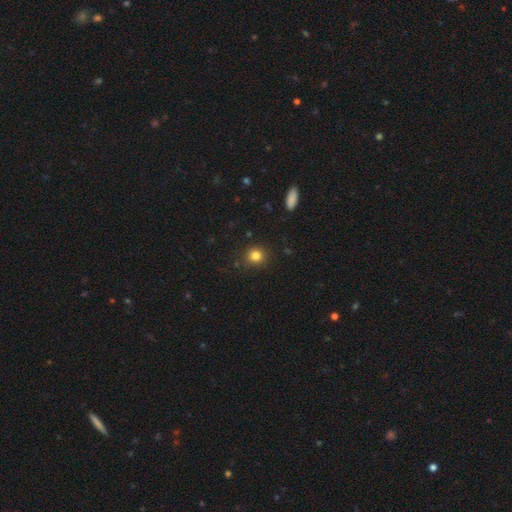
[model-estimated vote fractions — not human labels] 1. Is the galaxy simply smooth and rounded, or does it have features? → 82% smooth, 13% star or artifact, 5% featured or disk.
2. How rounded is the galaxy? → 88% round, 11% in between, 1% cigar-shaped.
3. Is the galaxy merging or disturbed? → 88% none, 8% minor disturbance, 2% major disturbance, 1% merger.